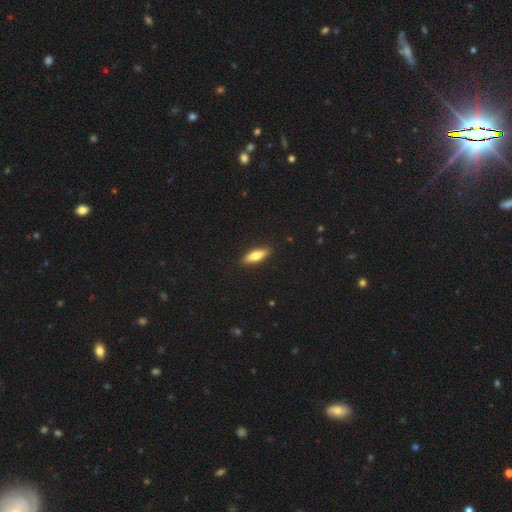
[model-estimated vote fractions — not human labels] Smooth or featured: smooth — 69% (featured or disk — 26%)
How rounded: cigar-shaped — 60% (in between — 38%)
Merging: none — 90% (minor disturbance — 8%)